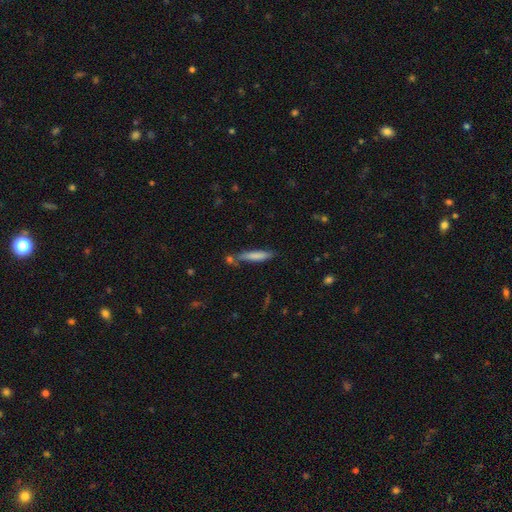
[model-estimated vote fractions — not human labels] smooth-or-featured: smooth: 76% | featured or disk: 17% | star or artifact: 7%
  how-rounded: cigar-shaped: 89% | in between: 10% | round: 1%
  merging: none: 69% | minor disturbance: 16% | merger: 10% | major disturbance: 4%